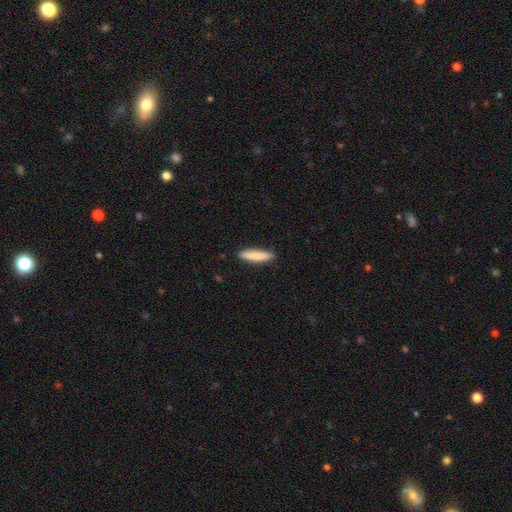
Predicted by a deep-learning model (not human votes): Q: Smooth or featured?
A: smooth (85%); runner-up: featured or disk (9%)
Q: How rounded?
A: cigar-shaped (80%); runner-up: in between (19%)
Q: Merging?
A: none (89%); runner-up: minor disturbance (8%)